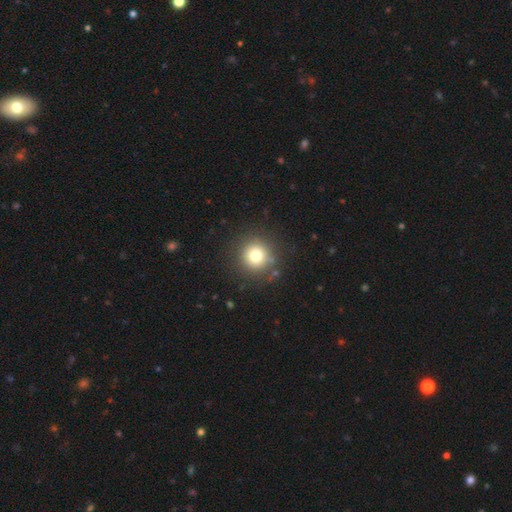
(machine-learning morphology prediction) A smooth galaxy with no disk features (78%) that is round (95%). Merging: none (87%).